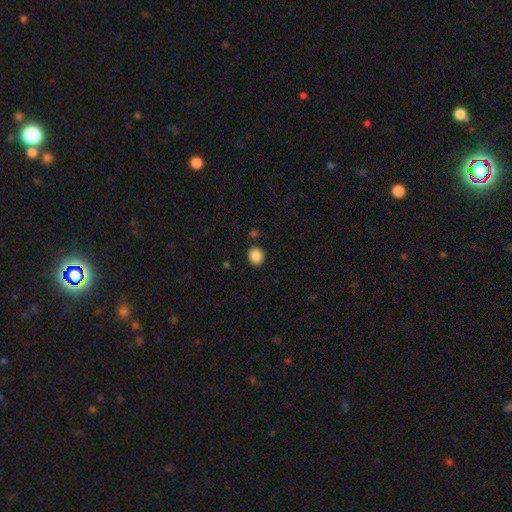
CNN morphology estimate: type=smooth (88%); roundness=round (80%); merging=none (88%).